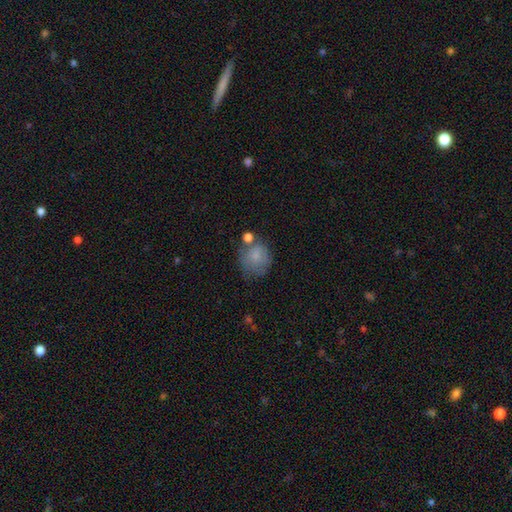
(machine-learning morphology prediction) smooth_or_featured: smooth (p=0.72) [alt: featured or disk p=0.19]
how_rounded: round (p=0.75) [alt: in between p=0.24]
merging: none (p=0.49) [alt: minor disturbance p=0.25]